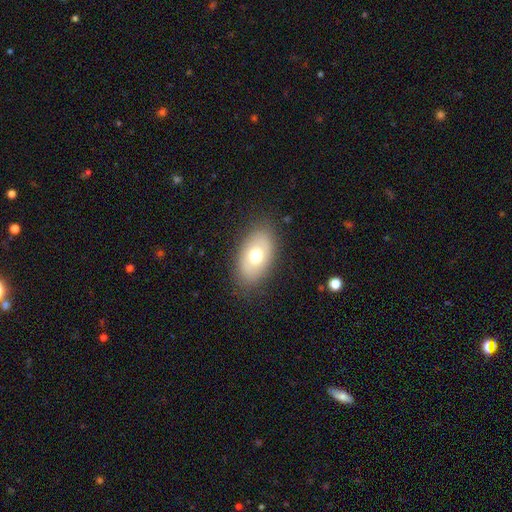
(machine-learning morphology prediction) The model was most divided on "smooth or featured": smooth: 68%, featured or disk: 24%, star or artifact: 8%. More confident: how rounded — in between (90%); merging — none (83%).